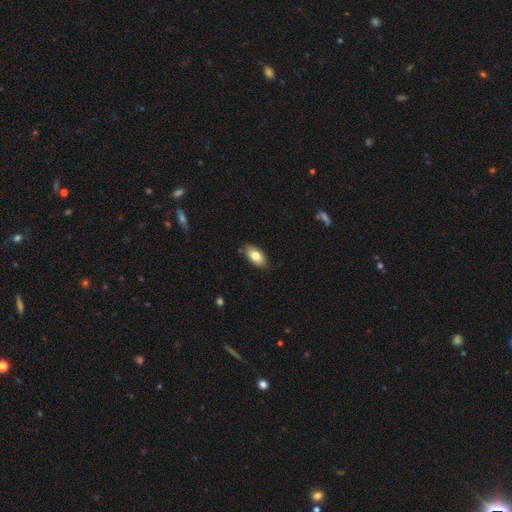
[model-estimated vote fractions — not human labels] smooth_or_featured: smooth (p=0.79) [alt: featured or disk p=0.14]
how_rounded: in between (p=0.92) [alt: cigar-shaped p=0.05]
merging: none (p=0.85) [alt: minor disturbance p=0.12]